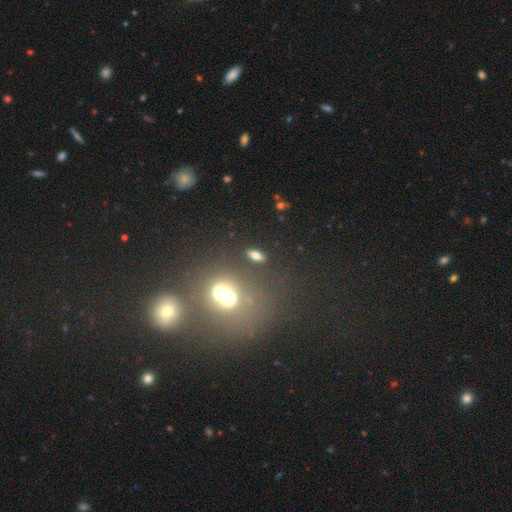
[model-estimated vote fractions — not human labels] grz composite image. It shows a smooth galaxy with no disk features (66%) that is in between round and cigar-shaped (69%). Merging: none (79%).